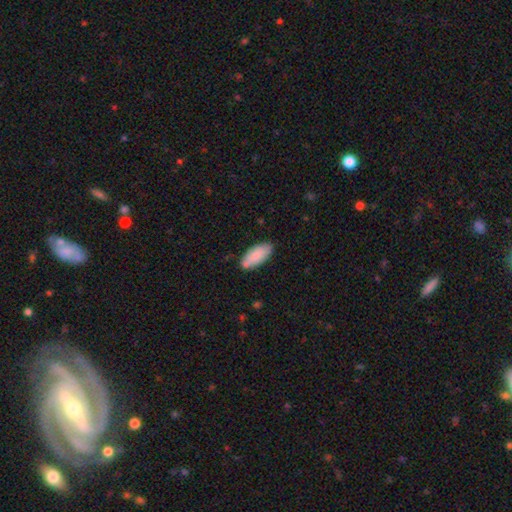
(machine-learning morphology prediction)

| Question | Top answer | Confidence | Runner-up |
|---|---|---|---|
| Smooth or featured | smooth | 84% | featured or disk (10%) |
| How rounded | in between | 86% | cigar-shaped (13%) |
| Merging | none | 79% | minor disturbance (16%) |